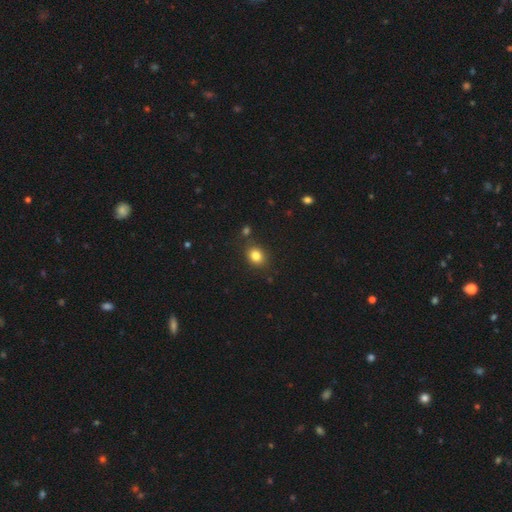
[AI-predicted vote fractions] Smooth or featured?
  - smooth: 82% *
  - star or artifact: 12%
  - featured or disk: 7%
How rounded?
  - round: 53% *
  - in between: 46%
  - cigar-shaped: 1%
Merging?
  - none: 81% *
  - minor disturbance: 11%
  - merger: 5%
  - major disturbance: 3%